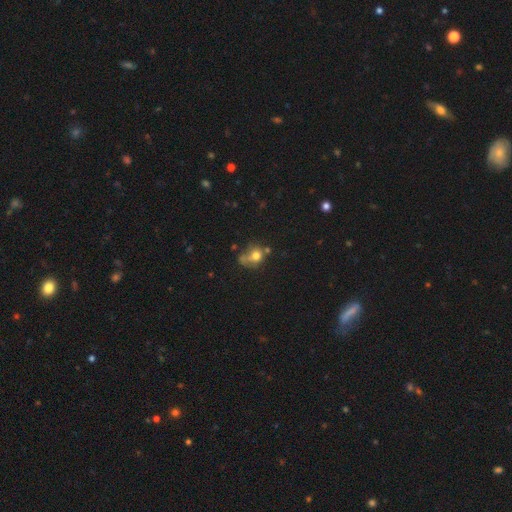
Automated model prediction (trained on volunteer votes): smooth_or_featured: smooth (p=0.67) [alt: featured or disk p=0.19]
how_rounded: round (p=0.69) [alt: in between p=0.30]
merging: none (p=0.36) [alt: merger p=0.24]